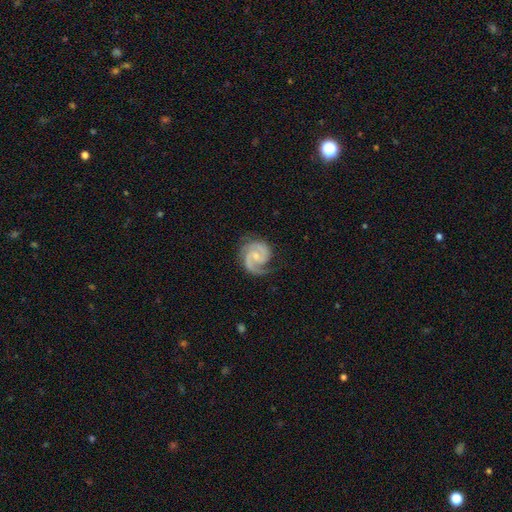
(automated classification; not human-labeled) Overall: featured or disk (91%). Edge-on disk: no (98%). Bar: no (50%; weak 41%). Spiral arms: yes (98%). Spiral arm count: 2 (85%). Spiral winding: medium (47%; tight 46%). Bulge size: small (58%; moderate 30%). Merging: none (76%).